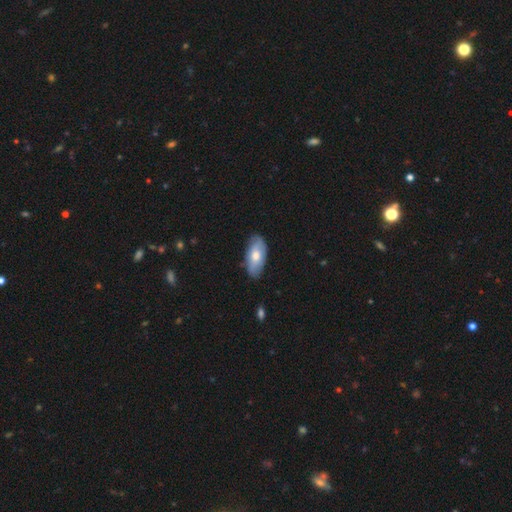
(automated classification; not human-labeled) smooth 64%, featured or disk 31%, star or artifact 6%. Down the decision tree: how rounded — in between (92%); merging — none (79%).